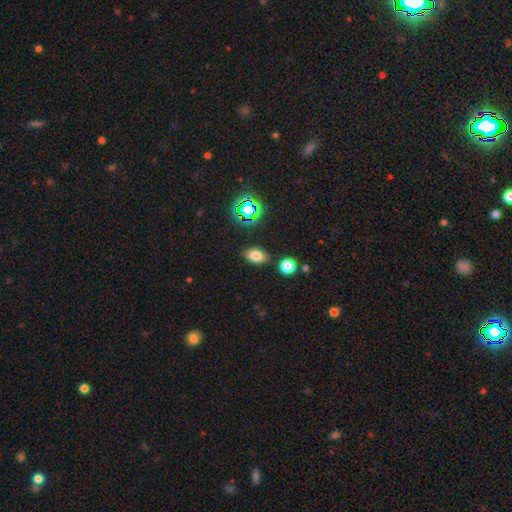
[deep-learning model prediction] Smooth or featured?
  - smooth: 74% *
  - star or artifact: 17%
  - featured or disk: 10%
How rounded?
  - in between: 86% *
  - round: 11%
  - cigar-shaped: 3%
Merging?
  - none: 83% *
  - minor disturbance: 10%
  - merger: 4%
  - major disturbance: 3%